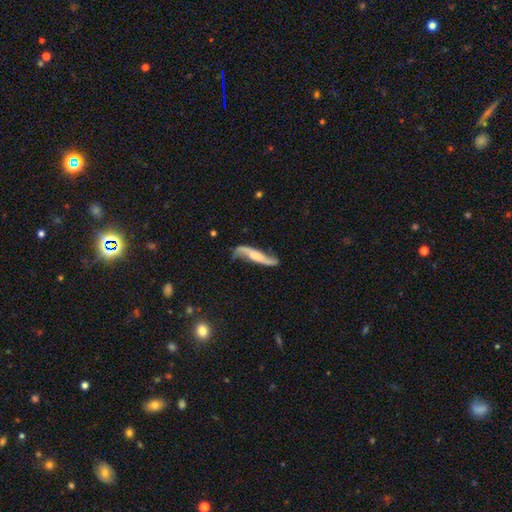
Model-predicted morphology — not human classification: featured or disk 78%, smooth 17%, star or artifact 5%. Down the decision tree: edge-on disk — no (76%); bar — no (50%); spiral arms — yes (94%); spiral arm count — 2 (91%); spiral winding — loose (85%); bulge size — small (32%); merging — none (66%).